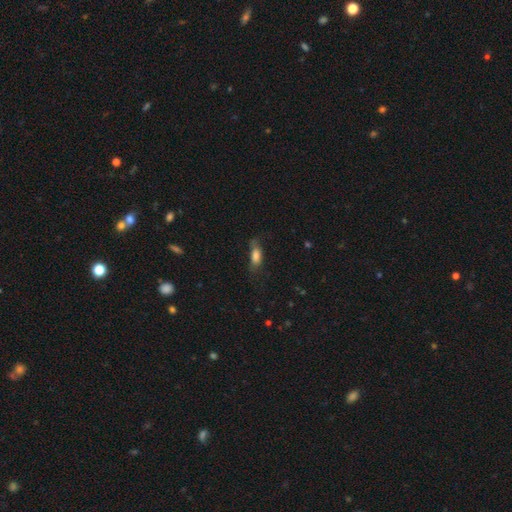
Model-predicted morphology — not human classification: A smooth galaxy with no disk features (76%) that is in between round and cigar-shaped (72%). Merging: none (56%).